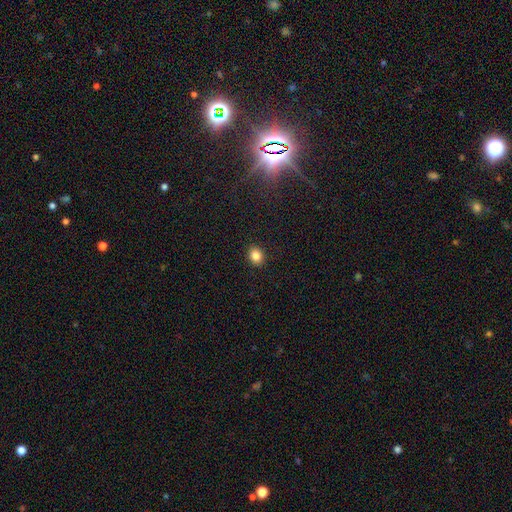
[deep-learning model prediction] Morphology: type=smooth (85%); roundness=round (55%); merging=none (91%).